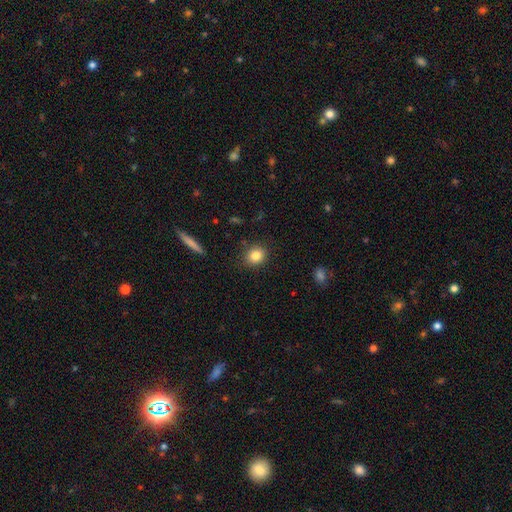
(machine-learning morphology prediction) Overall: smooth (83%). How rounded: round (69%; in between 30%). Merging: none (87%).